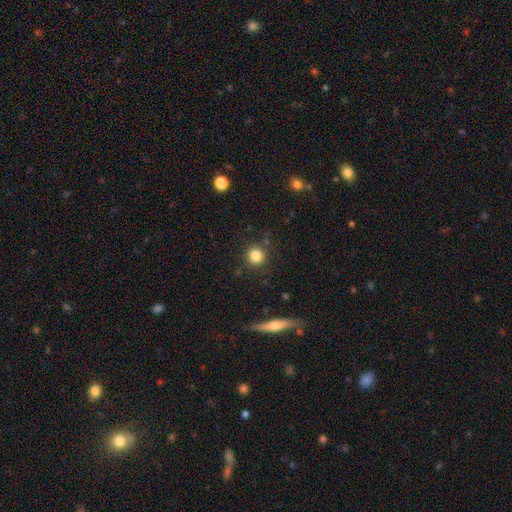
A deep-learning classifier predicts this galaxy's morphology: This is clearly a smooth galaxy (83%). How rounded: clearly round (94%). Merging: clearly none (86%).